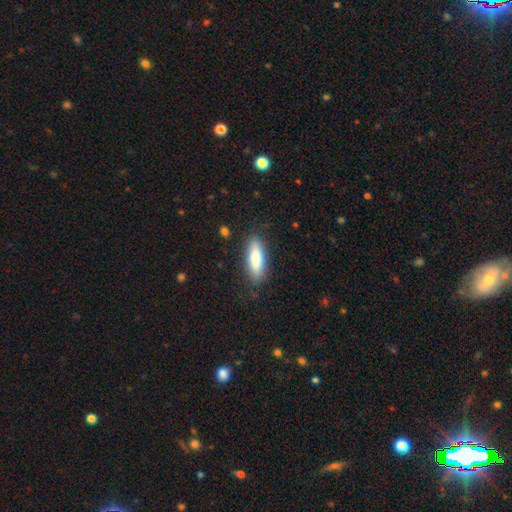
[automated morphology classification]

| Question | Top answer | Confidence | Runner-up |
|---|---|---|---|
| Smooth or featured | smooth | 82% | featured or disk (12%) |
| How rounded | in between | 57% | cigar-shaped (41%) |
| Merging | none | 85% | minor disturbance (11%) |